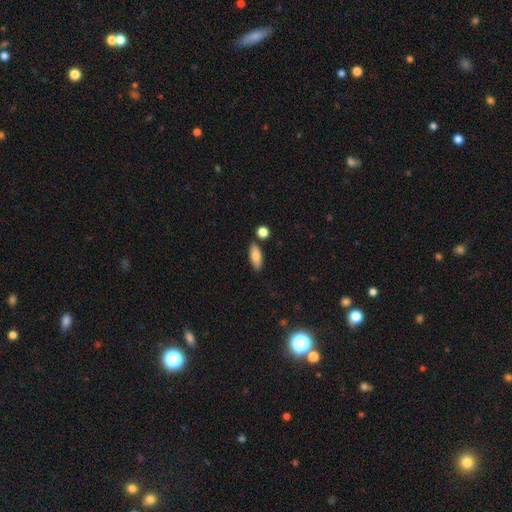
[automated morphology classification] Q: Smooth or featured?
A: smooth (84%); runner-up: featured or disk (9%)
Q: How rounded?
A: in between (80%); runner-up: cigar-shaped (17%)
Q: Merging?
A: none (80%); runner-up: minor disturbance (12%)